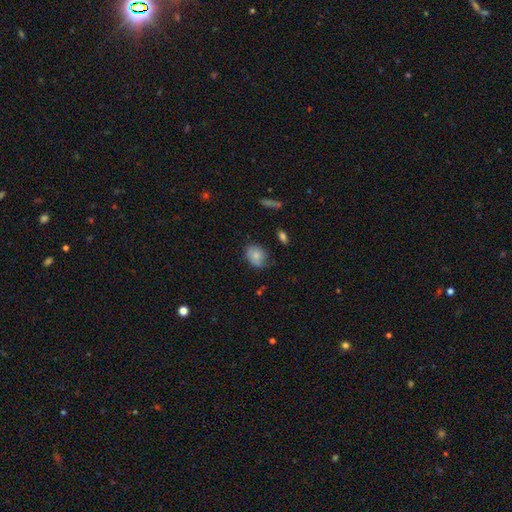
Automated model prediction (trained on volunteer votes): This appears to be a smooth galaxy with no disk features (77%) that is in between round and cigar-shaped (61%). Merging: none (60%).